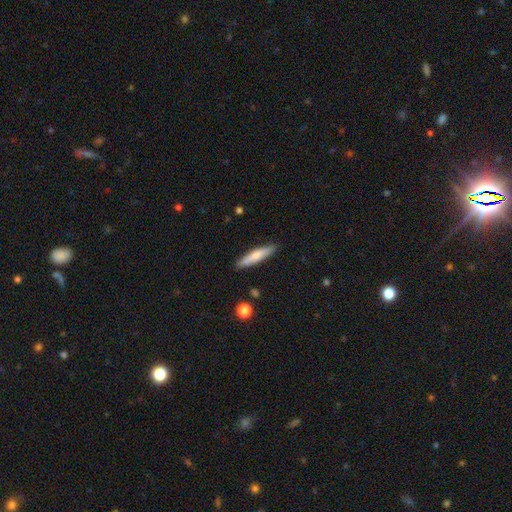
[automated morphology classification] type=smooth (71%); roundness=cigar-shaped (85%); merging=none (87%).